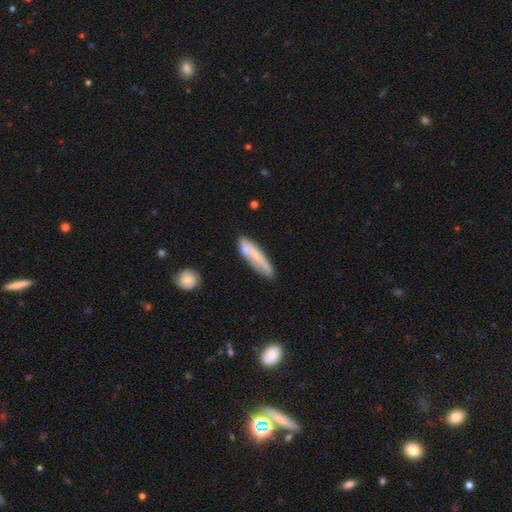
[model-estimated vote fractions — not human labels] Smooth or featured? Predicted: smooth (p=0.70). How rounded? Predicted: cigar-shaped (p=0.83). Merging? Predicted: none (p=0.64).